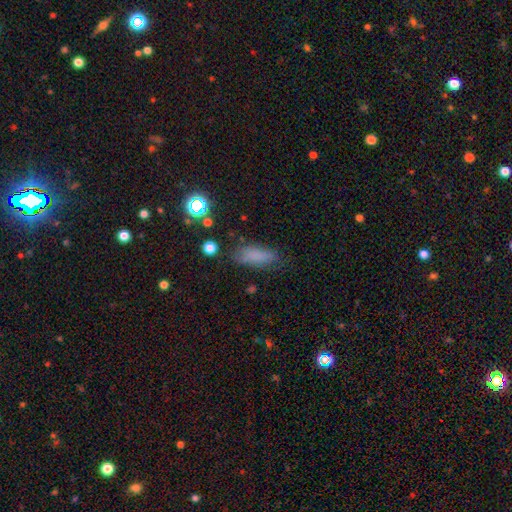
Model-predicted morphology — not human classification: Smooth or featured: smooth — 78% (star or artifact — 13%)
How rounded: in between — 66% (cigar-shaped — 30%)
Merging: none — 74% (minor disturbance — 18%)